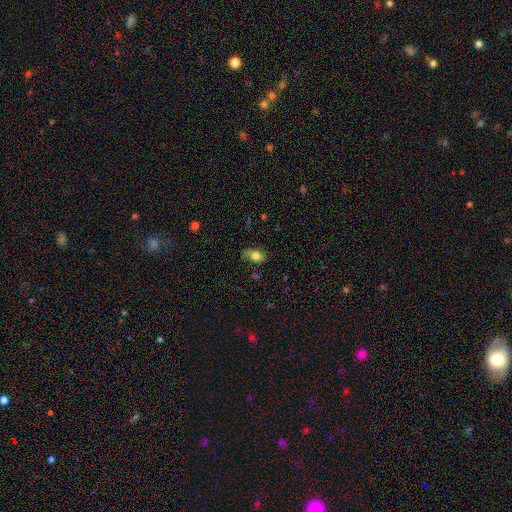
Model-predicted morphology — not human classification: A smooth galaxy with no disk features (77%) that is in between round and cigar-shaped (86%).

Vote fractions:
- Smooth or featured? smooth: 77% / featured or disk: 13% / star or artifact: 9%
- How rounded? in between: 86% / round: 11% / cigar-shaped: 3%
- Merging? none: 58% / minor disturbance: 29% / major disturbance: 11% / merger: 2%